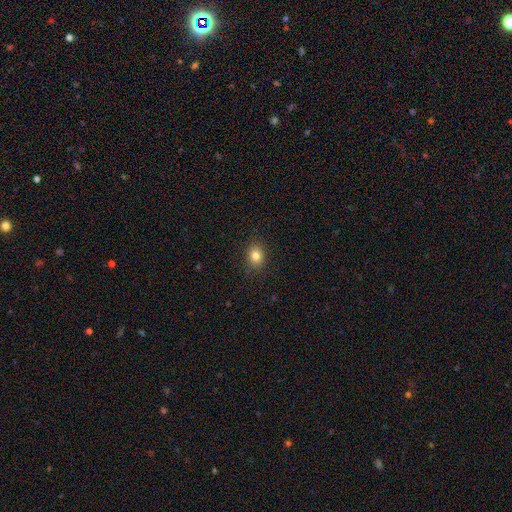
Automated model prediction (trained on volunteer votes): A smooth galaxy with no disk features (82%) that is in between round and cigar-shaped (51%).

Vote fractions:
- Smooth or featured? smooth: 82% / star or artifact: 11% / featured or disk: 7%
- How rounded? in between: 51% / round: 48% / cigar-shaped: 1%
- Merging? none: 89% / minor disturbance: 8% / major disturbance: 2% / merger: 1%